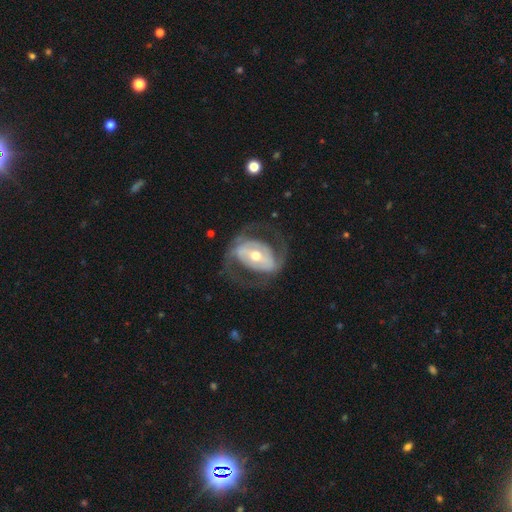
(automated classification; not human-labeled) Morphology: type=featured or disk (81%); edge-on=no (96%); bar=strong (42%); spiral arms=yes (76%); winding=medium (49%); arm count=2 (86%); bulge=moderate (63%); merging=none (65%).